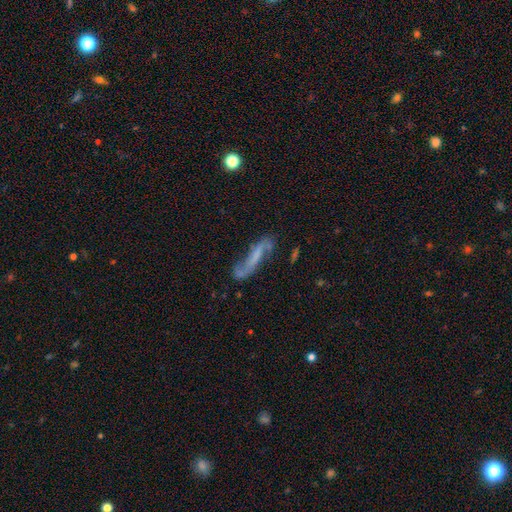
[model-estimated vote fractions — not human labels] featured or disk 67%, smooth 24%, star or artifact 9%. Down the decision tree: edge-on disk — no (78%); bar — no (35%); spiral arms — yes (83%); bulge size — none (58%); merging — none (53%).